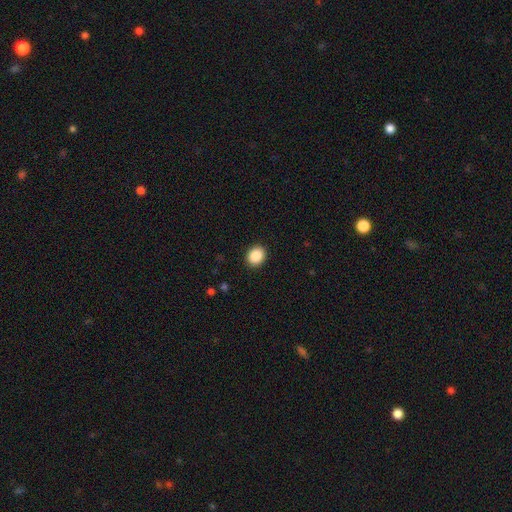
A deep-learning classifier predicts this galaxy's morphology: A smooth galaxy with no disk features (89%) that is round (56%).

Vote fractions:
- Smooth or featured? smooth: 89% / star or artifact: 8% / featured or disk: 3%
- How rounded? round: 56% / in between: 43% / cigar-shaped: 1%
- Merging? none: 91% / minor disturbance: 6% / major disturbance: 2% / merger: 1%